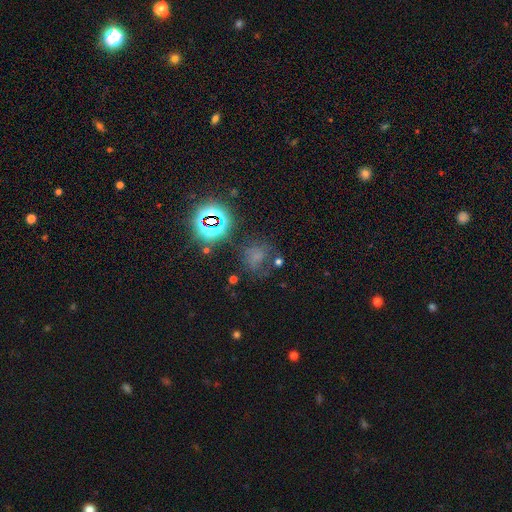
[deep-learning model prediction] Q: Smooth or featured?
A: smooth (45%); runner-up: star or artifact (39%)
Q: Merging?
A: none (56%); runner-up: minor disturbance (21%)